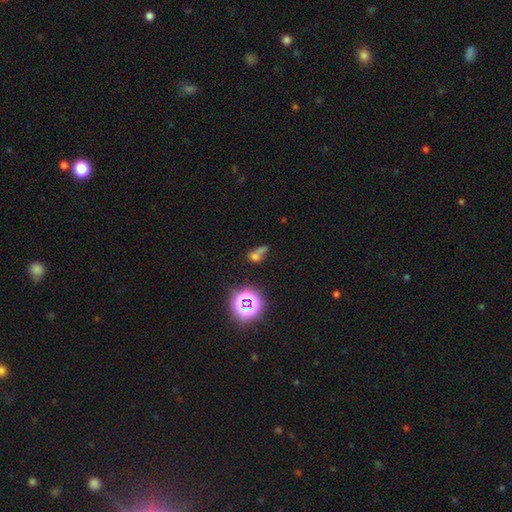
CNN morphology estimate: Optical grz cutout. It shows a smooth galaxy with no disk features (53%) that is in between round and cigar-shaped (50%). Merging: merger (43%).